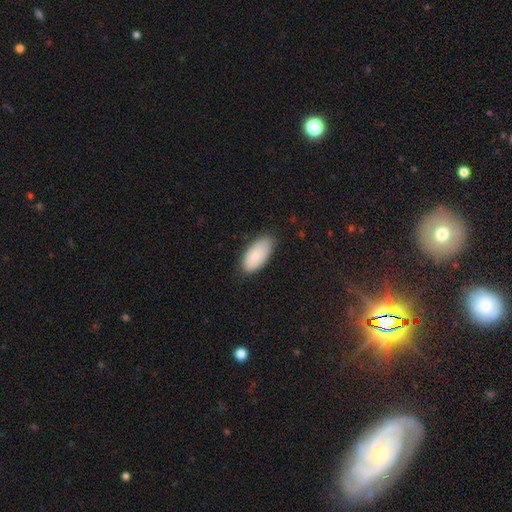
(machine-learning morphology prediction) smooth-or-featured: smooth: 82% | featured or disk: 12% | star or artifact: 6%
  how-rounded: in between: 93% | cigar-shaped: 5% | round: 2%
  merging: none: 77% | minor disturbance: 19% | major disturbance: 3% | merger: 1%